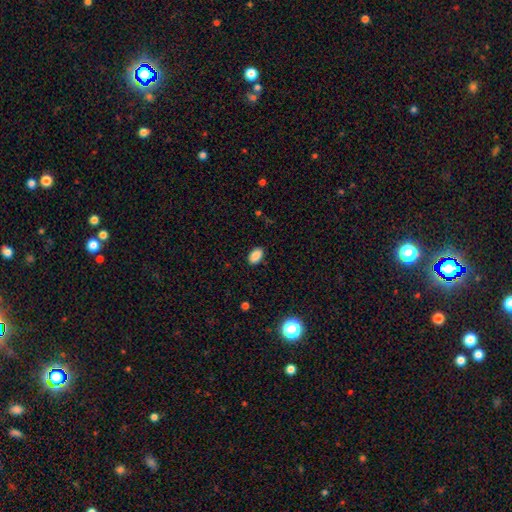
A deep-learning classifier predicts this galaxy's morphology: type=smooth (88%); roundness=in between (91%); merging=none (88%).